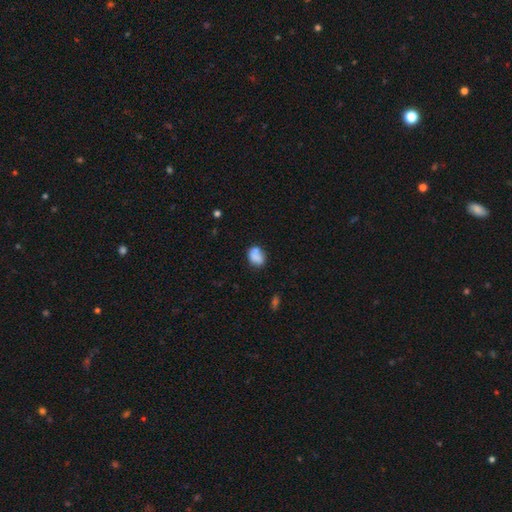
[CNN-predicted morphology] smooth-or-featured: smooth: 77% | featured or disk: 14% | star or artifact: 9%
  how-rounded: in between: 66% | round: 33% | cigar-shaped: 1%
  merging: none: 51% | merger: 23% | minor disturbance: 20% | major disturbance: 7%